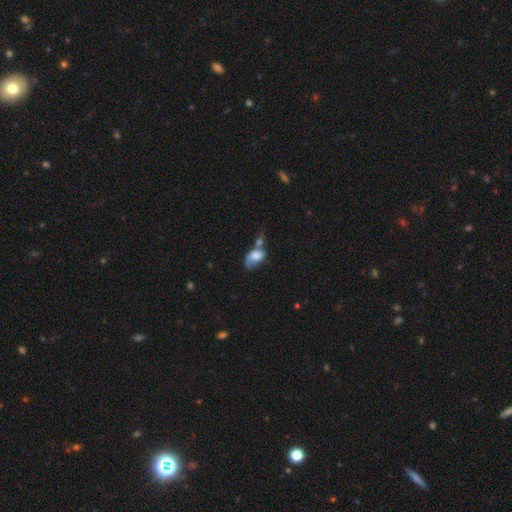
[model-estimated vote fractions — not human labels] Smooth or featured?
  - smooth: 56% *
  - featured or disk: 35%
  - star or artifact: 9%
How rounded?
  - in between: 85% *
  - round: 13%
  - cigar-shaped: 2%
Merging?
  - merger: 43% *
  - major disturbance: 22%
  - none: 18%
  - minor disturbance: 16%